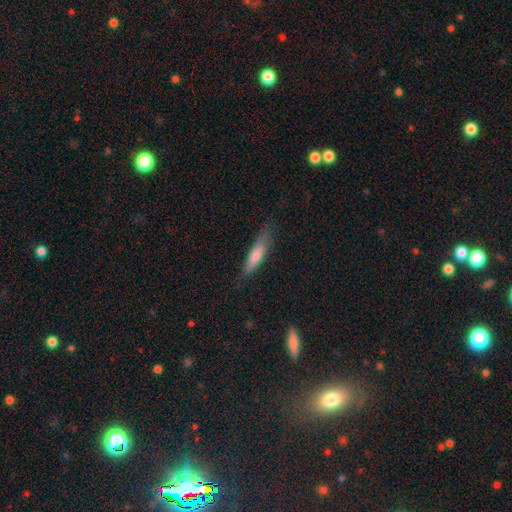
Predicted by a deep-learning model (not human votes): smooth 64%, featured or disk 29%, star or artifact 7%. Down the decision tree: how rounded — cigar-shaped (80%); merging — none (72%).